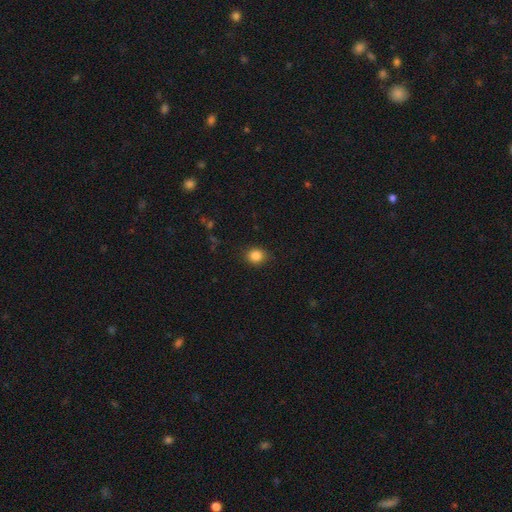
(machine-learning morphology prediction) smooth-or-featured: smooth: 86% | star or artifact: 10% | featured or disk: 4%
  how-rounded: round: 74% | in between: 25% | cigar-shaped: 1%
  merging: none: 88% | minor disturbance: 8% | major disturbance: 2% | merger: 1%